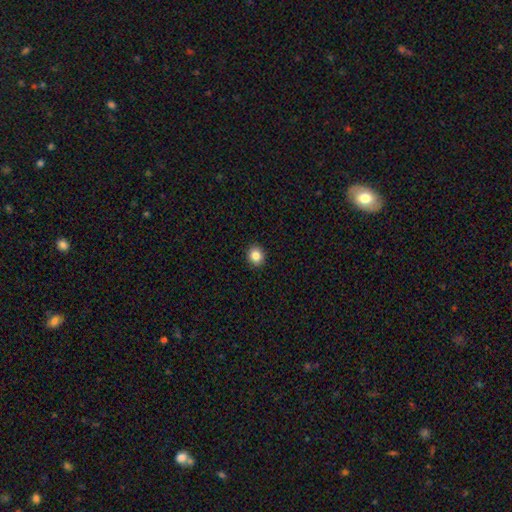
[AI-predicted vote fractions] Morphology: type=smooth (85%); roundness=round (75%); merging=none (92%).